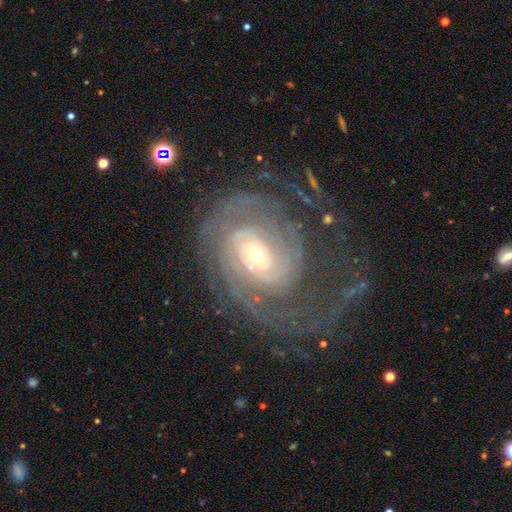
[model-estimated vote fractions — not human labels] A featured or disk galaxy (89%) with no bar (57%), 2 (34%) tight (66%) spiral arms (97%) and a small central bulge (60%). Merging: none (51%).